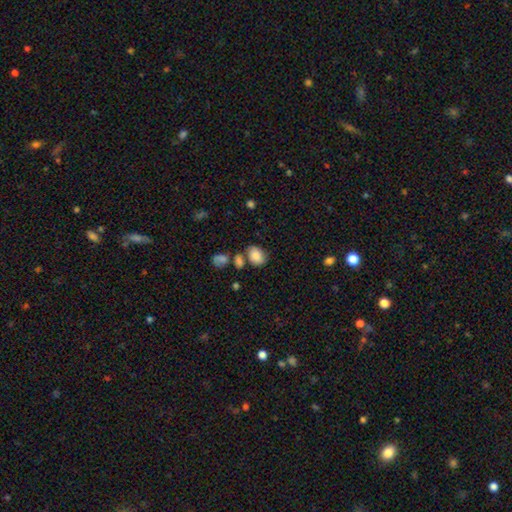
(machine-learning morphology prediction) Q: Smooth or featured?
A: smooth (83%); runner-up: featured or disk (9%)
Q: How rounded?
A: in between (68%); runner-up: round (31%)
Q: Merging?
A: none (58%); runner-up: minor disturbance (19%)